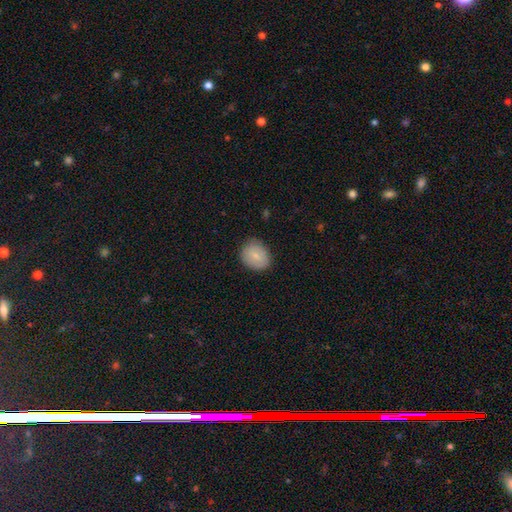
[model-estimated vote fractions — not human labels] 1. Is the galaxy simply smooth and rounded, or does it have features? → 80% smooth, 13% featured or disk, 7% star or artifact.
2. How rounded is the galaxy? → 52% round, 47% in between, 1% cigar-shaped.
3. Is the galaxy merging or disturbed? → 81% none, 15% minor disturbance, 3% major disturbance, 1% merger.